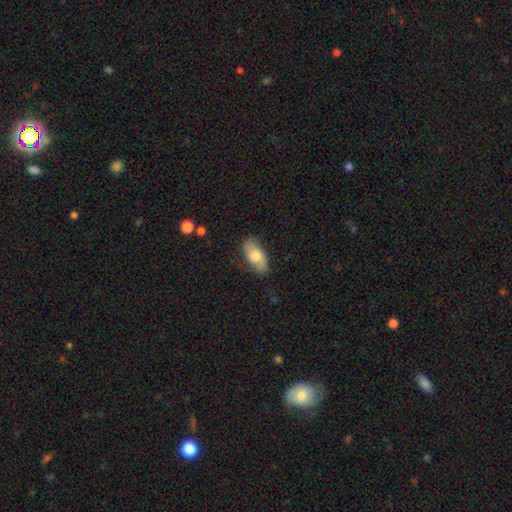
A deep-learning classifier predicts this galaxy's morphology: Smooth or featured? Predicted: smooth (p=0.63). How rounded? Predicted: in between (p=0.91). Merging? Predicted: none (p=0.75).